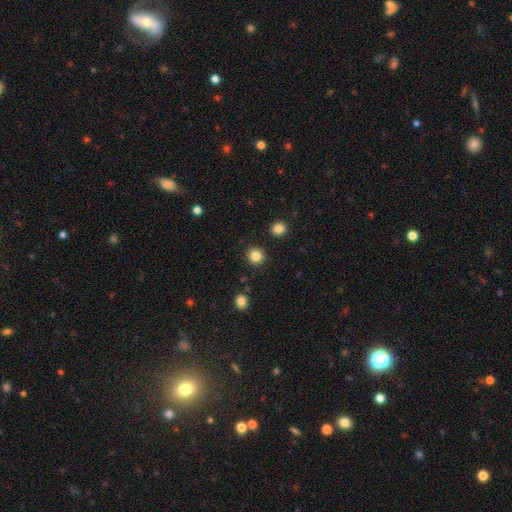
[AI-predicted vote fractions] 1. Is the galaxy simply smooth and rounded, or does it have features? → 85% smooth, 11% star or artifact, 4% featured or disk.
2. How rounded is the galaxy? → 92% round, 7% in between, 1% cigar-shaped.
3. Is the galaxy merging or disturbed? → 91% none, 5% minor disturbance, 2% merger, 2% major disturbance.